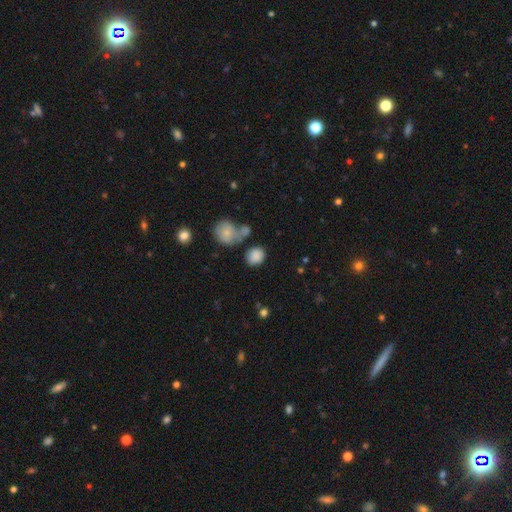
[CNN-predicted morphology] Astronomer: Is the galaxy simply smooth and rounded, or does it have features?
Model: smooth — 85%.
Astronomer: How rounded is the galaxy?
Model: round — 69%.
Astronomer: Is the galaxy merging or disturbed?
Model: none — 63%.